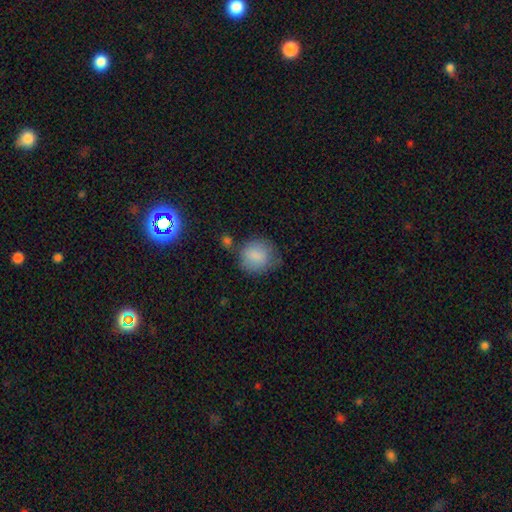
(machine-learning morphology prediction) A smooth galaxy with no disk features (84%) that is round (80%). Merging: none (57%).